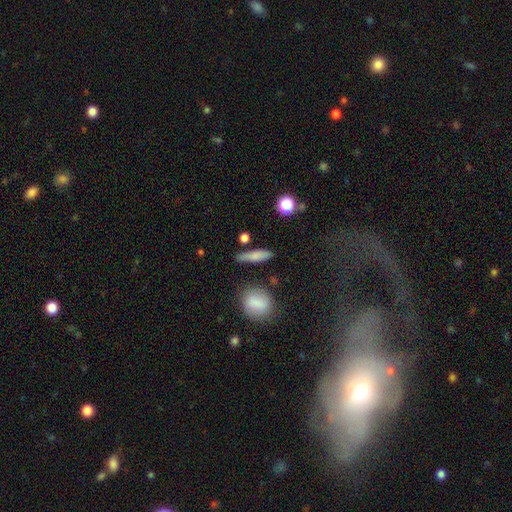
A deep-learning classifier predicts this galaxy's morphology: A smooth galaxy with no disk features (75%) that is cigar-shaped (66%). Merging: none (79%).